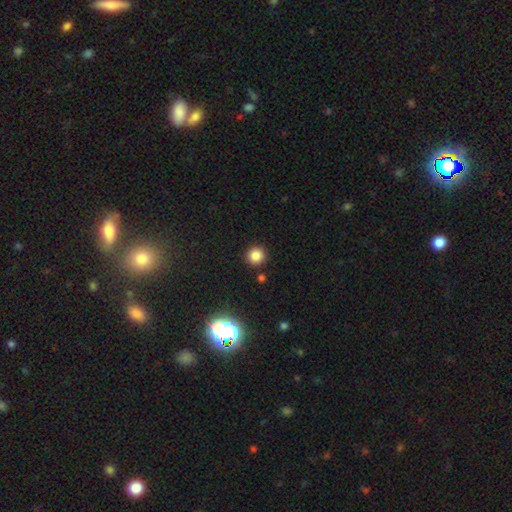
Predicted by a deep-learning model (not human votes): A smooth galaxy with no disk features (82%) that is round (94%). Merging: none (90%).